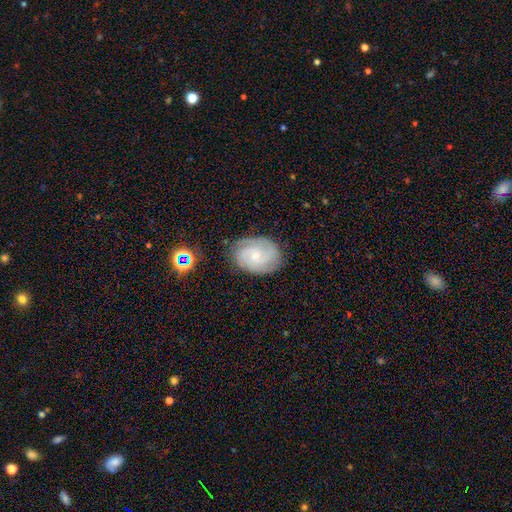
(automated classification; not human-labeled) Morphology: type=featured or disk (80%); edge-on=no (98%); bar=no (66%); spiral arms=yes (97%); winding=tight (64%); arm count=3 (35%); bulge=small (67%); merging=none (78%).